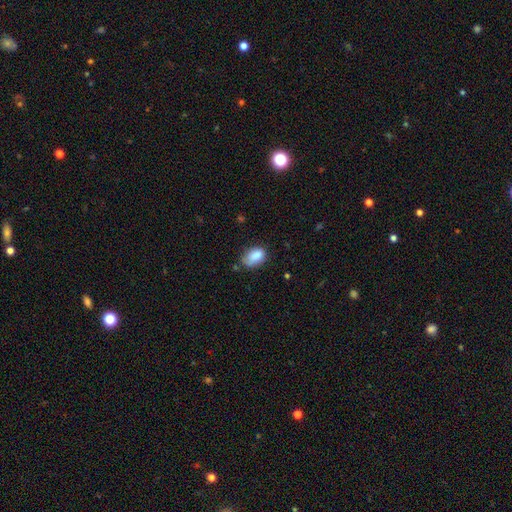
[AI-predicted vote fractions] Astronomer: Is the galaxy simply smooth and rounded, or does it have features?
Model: smooth — 83%.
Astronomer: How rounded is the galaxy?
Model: in between — 84%.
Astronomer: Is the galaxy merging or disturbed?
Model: none — 53% (runner-up: minor disturbance, 33%).